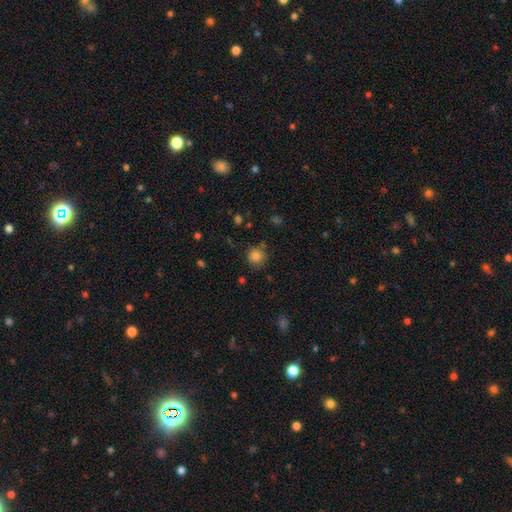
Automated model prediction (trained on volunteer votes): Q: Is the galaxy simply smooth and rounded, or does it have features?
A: smooth — 84%.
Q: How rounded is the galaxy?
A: round — 92%.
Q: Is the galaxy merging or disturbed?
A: none — 81%.